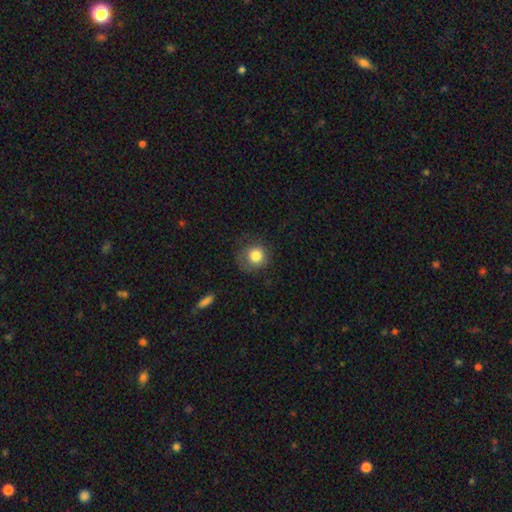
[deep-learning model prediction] Morphology: type=smooth (82%); roundness=round (90%); merging=none (70%).